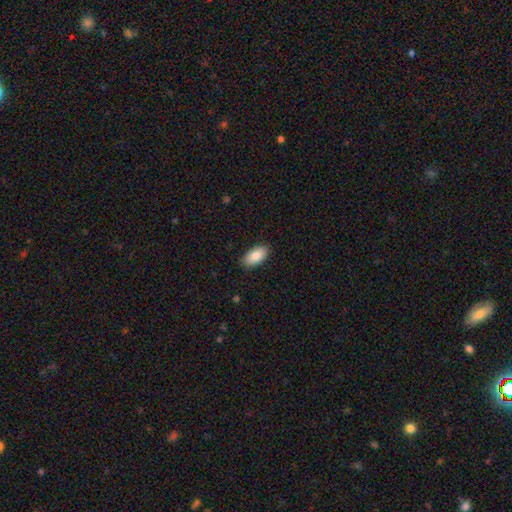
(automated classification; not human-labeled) smooth-or-featured: smooth: 85% | featured or disk: 9% | star or artifact: 7%
  how-rounded: in between: 93% | cigar-shaped: 4% | round: 3%
  merging: none: 88% | minor disturbance: 10% | major disturbance: 2% | merger: 1%